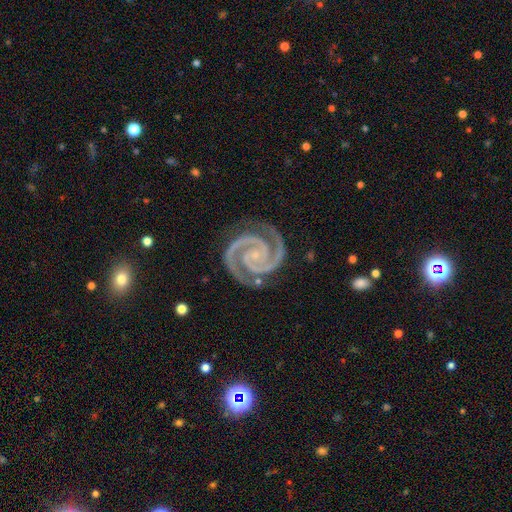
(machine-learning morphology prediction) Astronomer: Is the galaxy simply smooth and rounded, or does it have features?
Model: featured or disk — 95%.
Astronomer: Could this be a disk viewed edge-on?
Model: no — 99%.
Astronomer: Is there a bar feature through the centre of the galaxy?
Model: no — 65%.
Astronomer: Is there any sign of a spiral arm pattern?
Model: yes — 99%.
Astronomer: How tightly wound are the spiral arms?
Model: tight — 74%.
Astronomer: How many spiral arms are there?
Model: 2 — 93%.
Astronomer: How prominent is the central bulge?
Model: small — 79%.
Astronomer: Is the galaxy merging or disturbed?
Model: none — 85%.